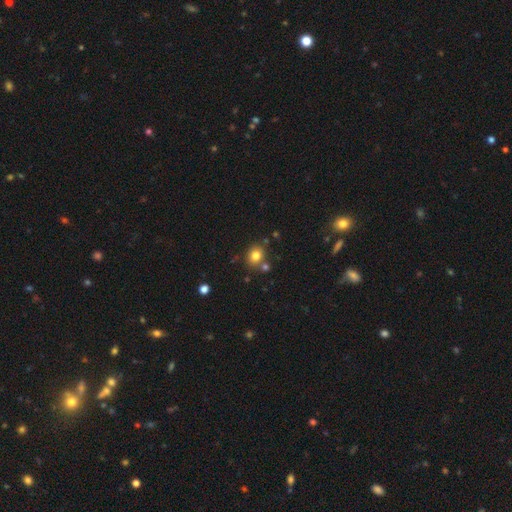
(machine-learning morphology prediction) A smooth galaxy with no disk features (80%) that is round (73%). Merging: none (74%).